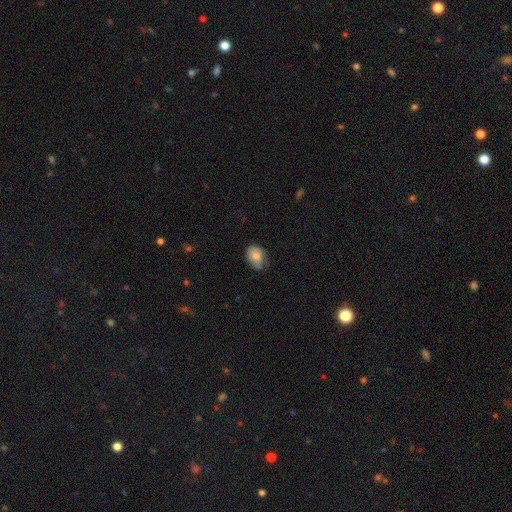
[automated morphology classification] This is likely a smooth galaxy (76%). How rounded: likely in between (74%). Merging: possibly none (50%).